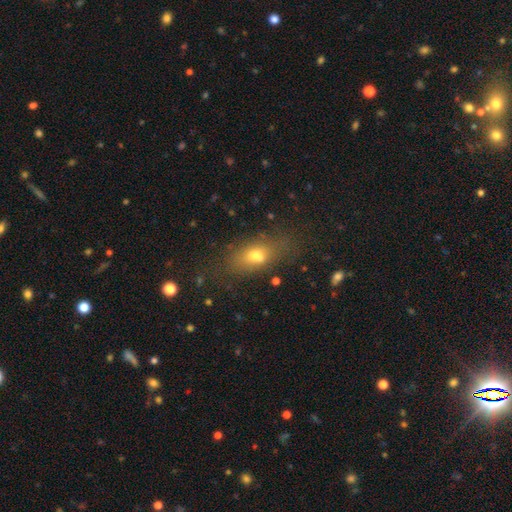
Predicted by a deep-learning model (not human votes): smooth 69%, featured or disk 18%, star or artifact 13%. Down the decision tree: how rounded — in between (79%); merging — none (64%).